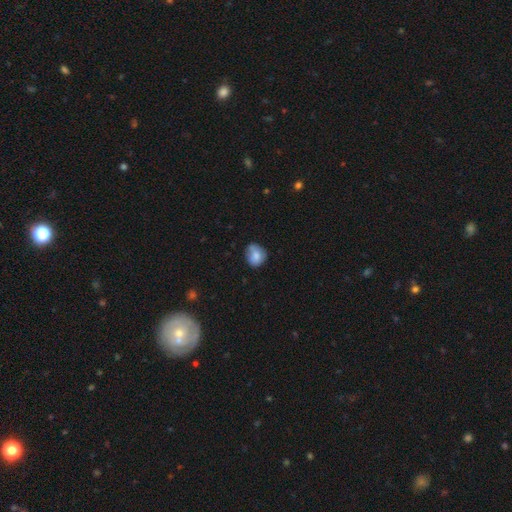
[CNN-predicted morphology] A smooth galaxy with no disk features (78%) that is round (69%).

Vote fractions:
- Smooth or featured? smooth: 78% / featured or disk: 14% / star or artifact: 9%
- How rounded? round: 69% / in between: 30% / cigar-shaped: 1%
- Merging? none: 59% / minor disturbance: 29% / merger: 6% / major disturbance: 6%